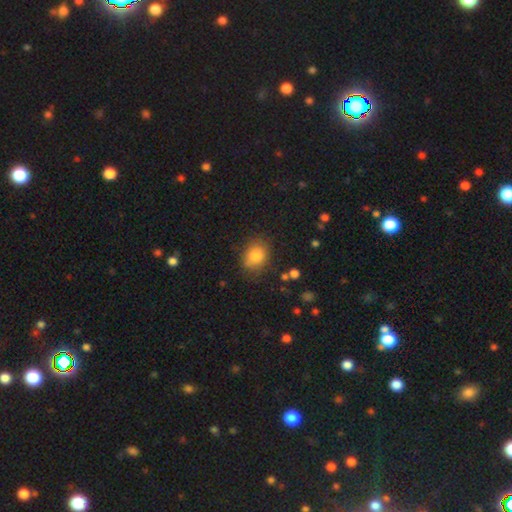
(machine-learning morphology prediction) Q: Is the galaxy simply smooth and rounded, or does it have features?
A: smooth — 82%.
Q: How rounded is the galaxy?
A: in between — 51%.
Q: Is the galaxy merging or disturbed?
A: none — 73%.